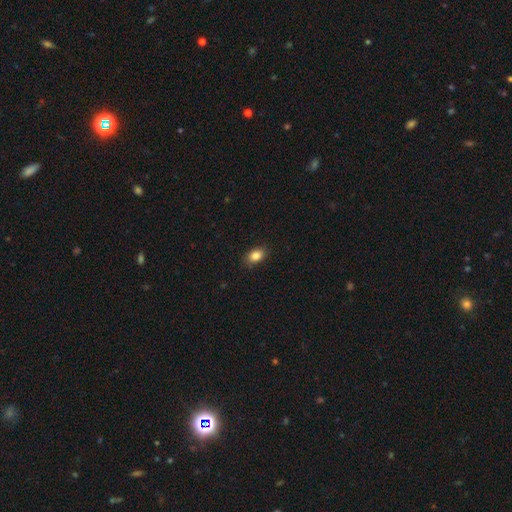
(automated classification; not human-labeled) This is clearly a smooth galaxy (85%). How rounded: clearly in between (81%). Merging: clearly none (86%).